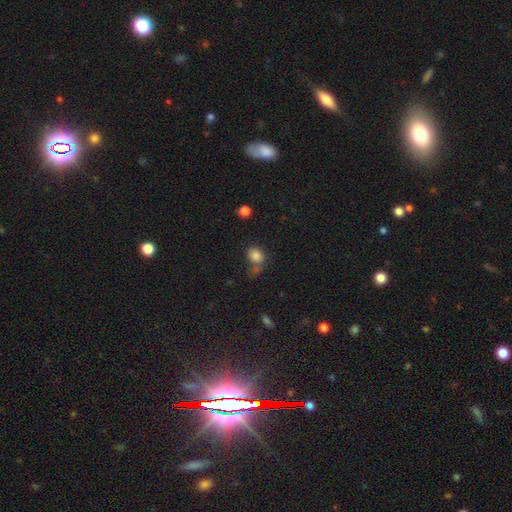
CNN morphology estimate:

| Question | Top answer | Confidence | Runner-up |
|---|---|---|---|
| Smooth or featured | smooth | 83% | star or artifact (11%) |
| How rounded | in between | 53% | round (46%) |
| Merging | none | 51% | merger (21%) |